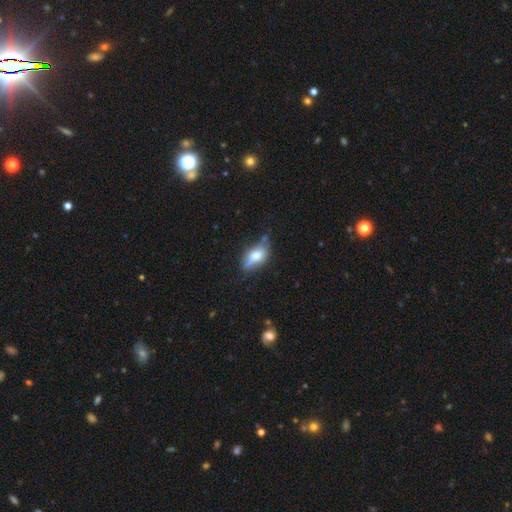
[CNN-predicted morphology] Overall: smooth (60%; featured or disk 32%). How rounded: in between (82%). Merging: none (56%; minor disturbance 29%).